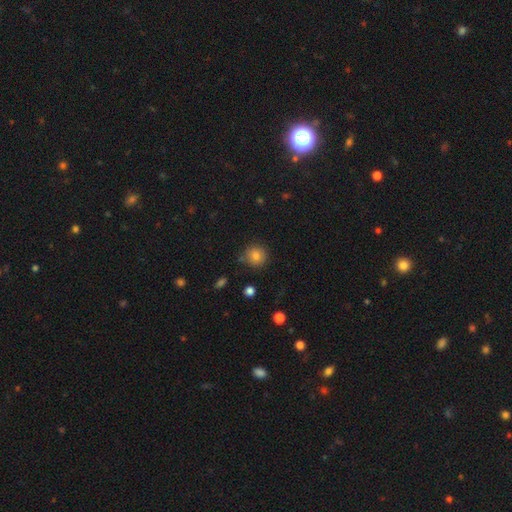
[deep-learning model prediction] This appears to be a smooth galaxy with no disk features (81%) that is round (92%). Merging: none (82%).